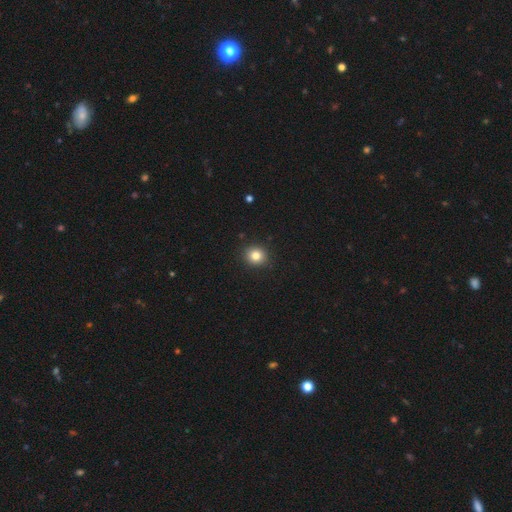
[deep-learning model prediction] Smooth or featured? smooth (82%)
How rounded? round (83%)
Merging? none (91%)